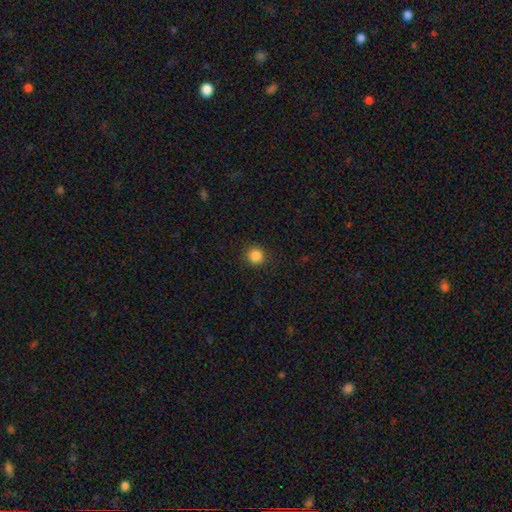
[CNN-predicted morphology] This is clearly a smooth galaxy (86%). How rounded: clearly round (93%). Merging: clearly none (90%).